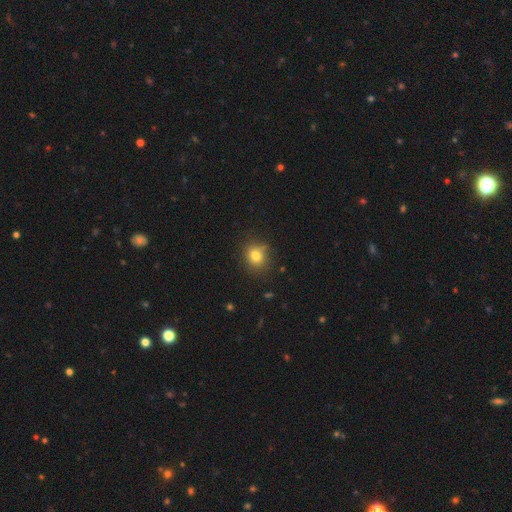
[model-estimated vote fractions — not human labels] A smooth galaxy with no disk features (78%) that is round (75%). Merging: none (77%).